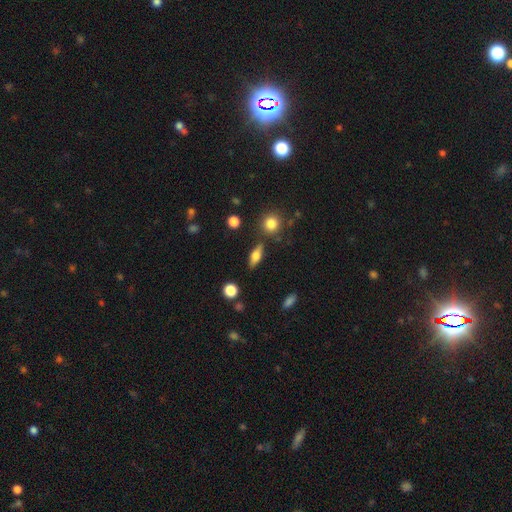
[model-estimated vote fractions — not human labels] This is possibly a smooth galaxy (56%). How rounded: likely in between (61%). Merging: likely none (80%).